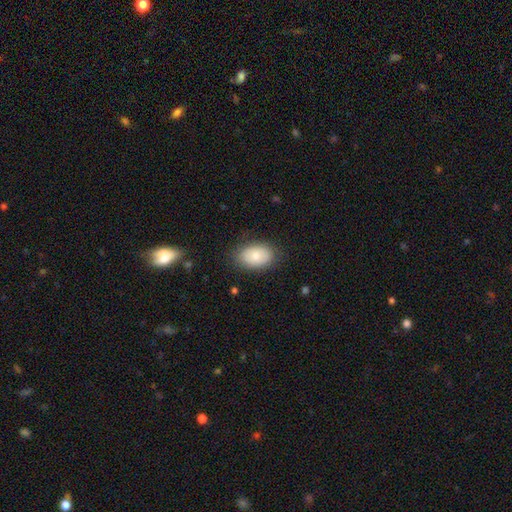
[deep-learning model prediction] The model was most divided on "smooth or featured": smooth: 77%, featured or disk: 16%, star or artifact: 7%. More confident: how rounded — in between (87%); merging — none (82%).